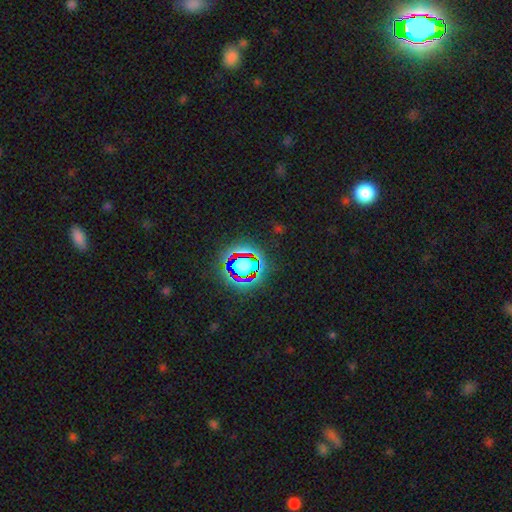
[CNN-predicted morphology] smooth_or_featured: star or artifact (p=0.79) [alt: smooth p=0.13]